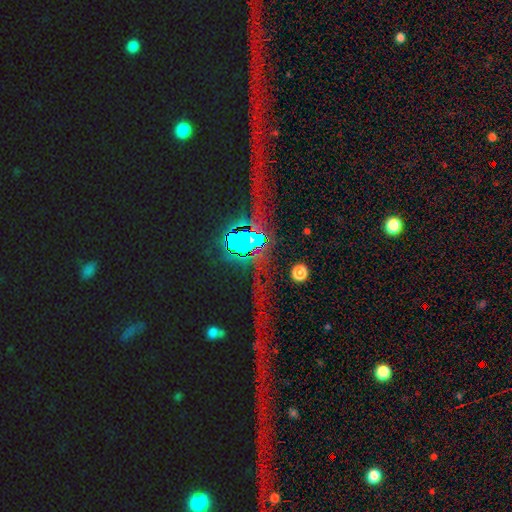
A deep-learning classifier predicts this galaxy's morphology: Overall: star or artifact (79%).